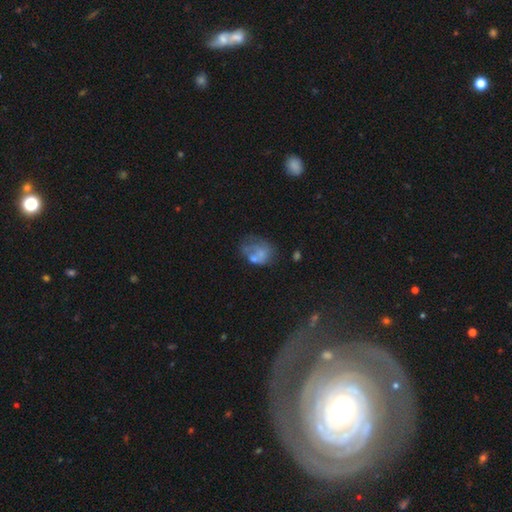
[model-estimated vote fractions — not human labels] Smooth or featured? Predicted: smooth (p=0.47). Merging? Predicted: major disturbance (p=0.31).